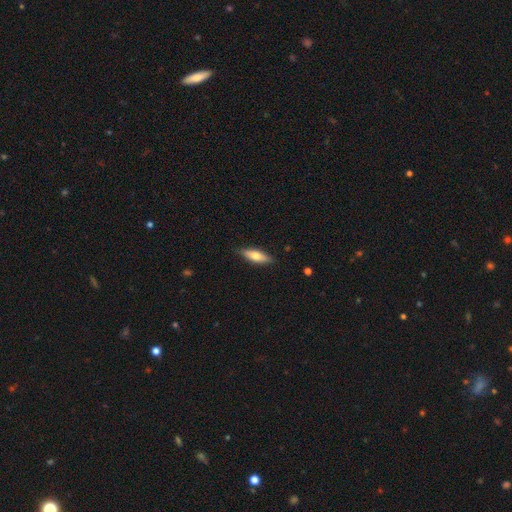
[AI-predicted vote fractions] Smooth or featured: smooth — 63% (featured or disk — 31%)
How rounded: in between — 50% (cigar-shaped — 48%)
Merging: none — 85% (minor disturbance — 11%)